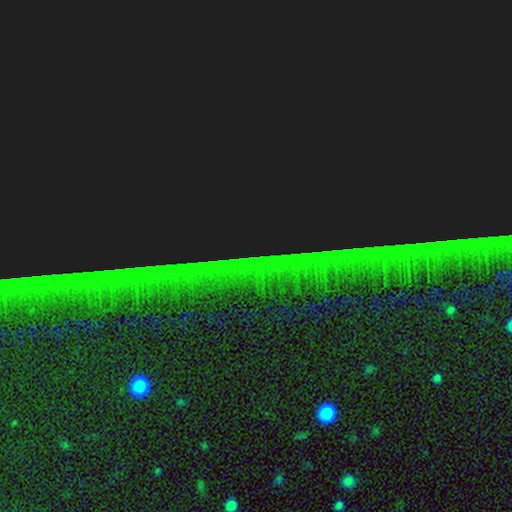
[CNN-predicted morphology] Smooth or featured? Predicted: star or artifact (p=0.86).